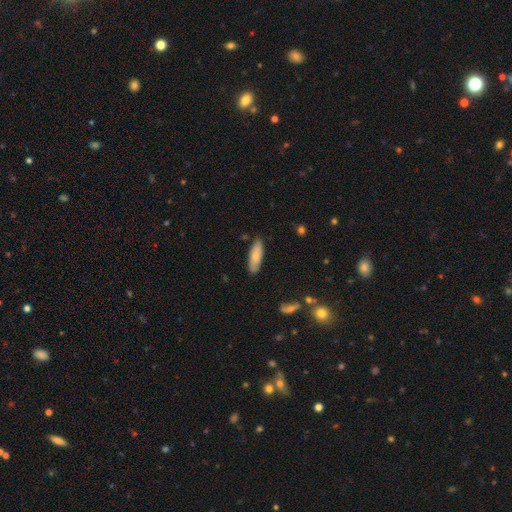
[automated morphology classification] The model was most divided on "how rounded": in between: 54%, cigar-shaped: 44%, round: 2%. More confident: merging — none (83%); smooth or featured — smooth (74%).